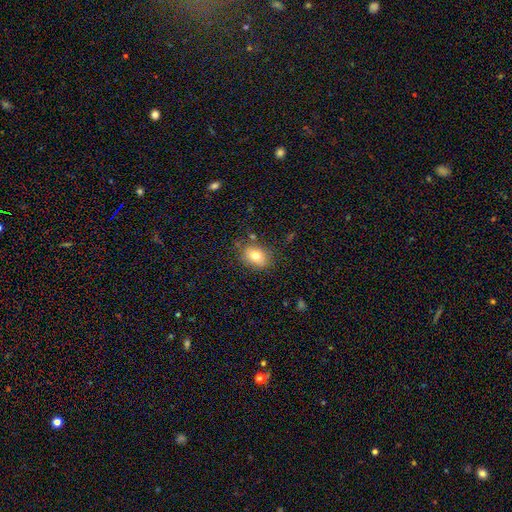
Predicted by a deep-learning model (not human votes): smooth_or_featured: smooth (p=0.77) [alt: featured or disk p=0.13]
how_rounded: in between (p=0.71) [alt: round p=0.28]
merging: none (p=0.80) [alt: minor disturbance p=0.13]